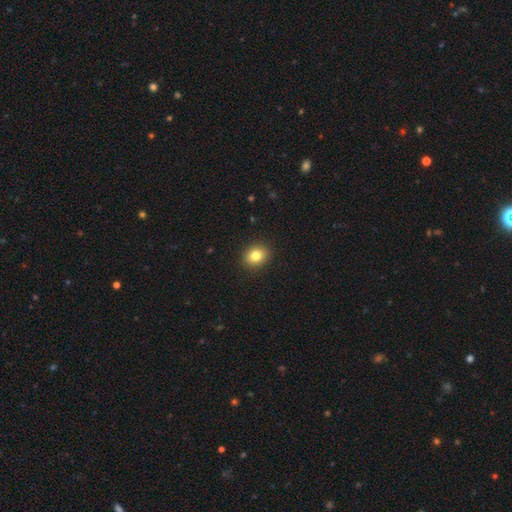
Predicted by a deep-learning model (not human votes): Smooth or featured? Predicted: smooth (p=0.82). How rounded? Predicted: round (p=0.61). Merging? Predicted: none (p=0.91).